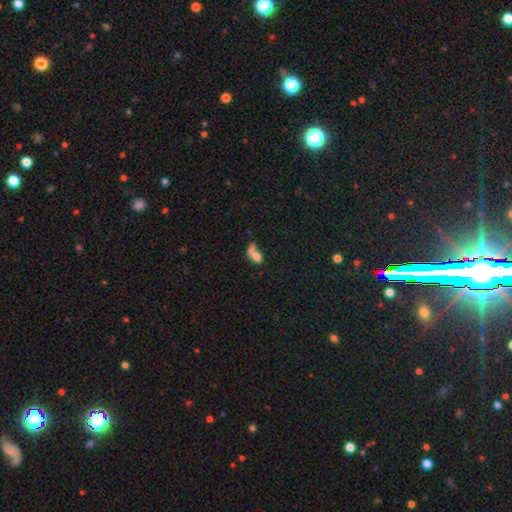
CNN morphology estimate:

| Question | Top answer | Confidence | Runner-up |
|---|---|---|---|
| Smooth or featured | smooth | 70% | featured or disk (18%) |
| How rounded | in between | 71% | round (23%) |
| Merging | merger | 51% | none (21%) |